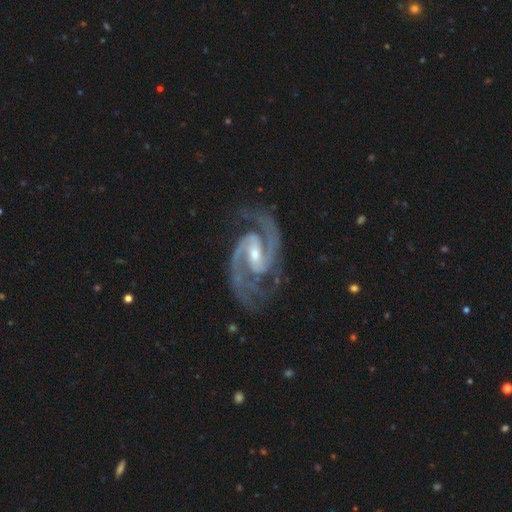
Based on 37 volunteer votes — smooth-or-featured: featured or disk: 86% | star or artifact: 8% | smooth: 5%
  disk-edge-on: no: 100% | yes: 0%
    bar: strong: 50% | weak: 41% | no: 9%
    has-spiral-arms: yes: 100% | no: 0%
      spiral-winding: medium: 78% | tight: 16% | loose: 6%
      spiral-arm-count: 2: 97% | can't tell: 3% | 1: 0% | 3: 0% | 4: 0% | more than 4: 0%
    bulge-size: moderate: 50% | small: 28% | none: 16% | large: 6% | dominant: 0%
  merging: none: 79% | minor disturbance: 12% | major disturbance: 6% | merger: 3%